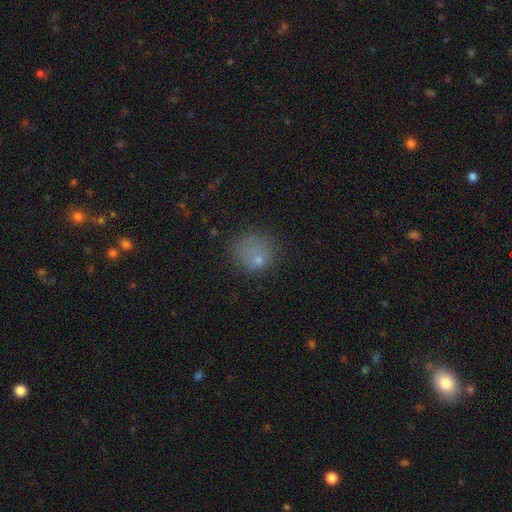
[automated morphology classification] Smooth or featured? Predicted: smooth (p=0.69). How rounded? Predicted: round (p=0.79). Merging? Predicted: none (p=0.49).